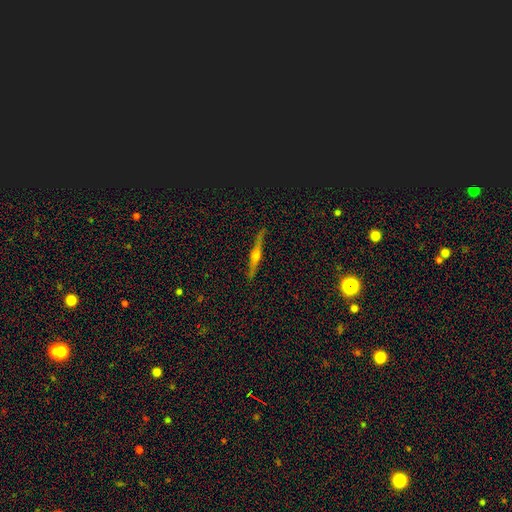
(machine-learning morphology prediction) type=featured or disk (75%); edge-on=yes (98%); edge-on bulge=rounded (92%); merging=none (89%).